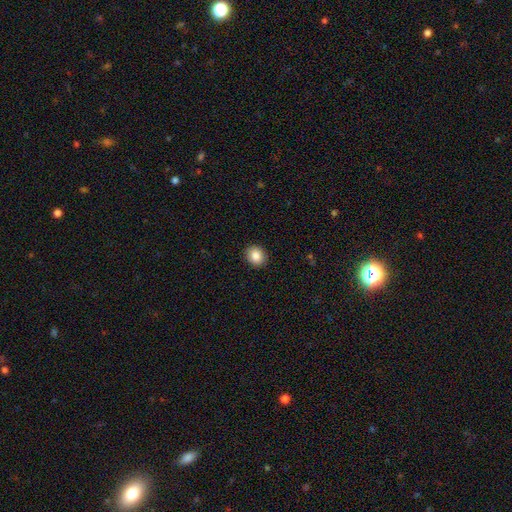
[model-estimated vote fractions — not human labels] Q: Smooth or featured?
A: smooth (86%); runner-up: star or artifact (9%)
Q: How rounded?
A: round (71%); runner-up: in between (28%)
Q: Merging?
A: none (91%); runner-up: minor disturbance (6%)